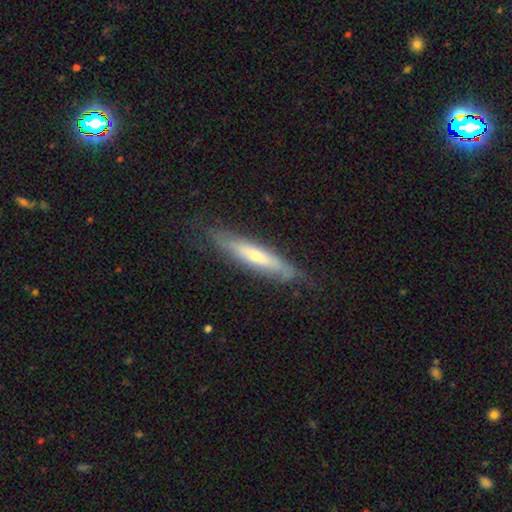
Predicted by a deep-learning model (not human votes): Smooth or featured? Predicted: featured or disk (p=0.54). Edge-on disk? Predicted: yes (p=0.69). Merging? Predicted: none (p=0.75).